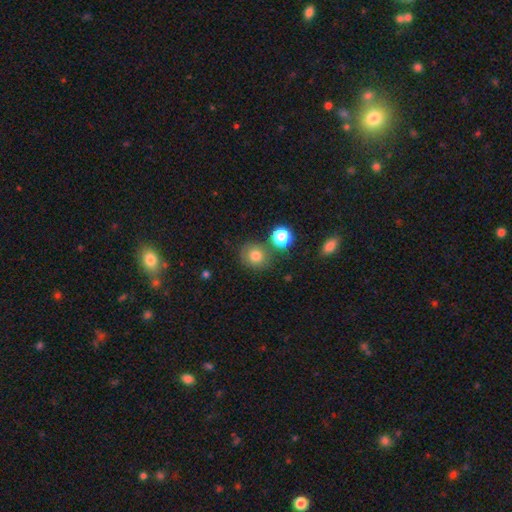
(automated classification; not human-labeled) smooth 80%, star or artifact 11%, featured or disk 9%. Down the decision tree: how rounded — round (85%); merging — none (70%).